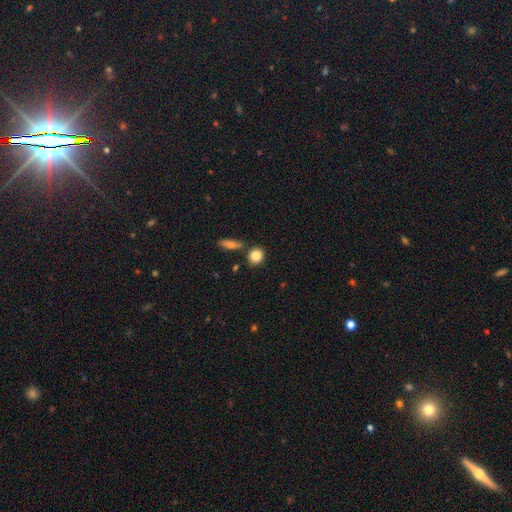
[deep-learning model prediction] Smooth or featured?
  - smooth: 85% *
  - star or artifact: 8%
  - featured or disk: 7%
How rounded?
  - round: 74% *
  - in between: 23%
  - cigar-shaped: 3%
Merging?
  - none: 76% *
  - minor disturbance: 11%
  - merger: 10%
  - major disturbance: 3%